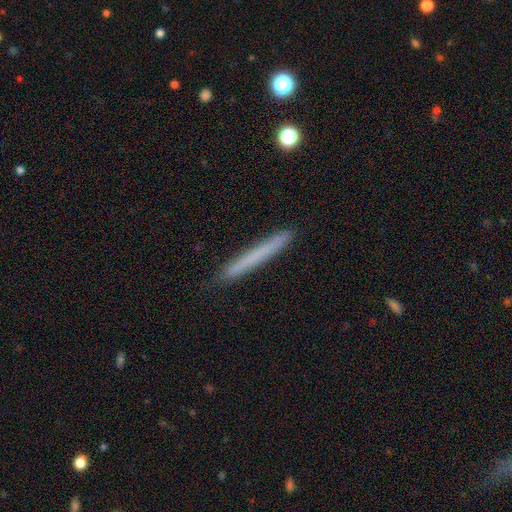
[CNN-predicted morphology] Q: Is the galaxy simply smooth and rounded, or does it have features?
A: smooth — 66%.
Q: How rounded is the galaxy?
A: cigar-shaped — 97%.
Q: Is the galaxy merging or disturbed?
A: none — 89%.